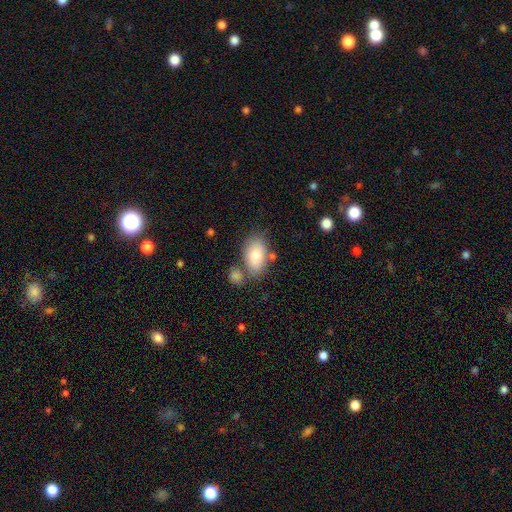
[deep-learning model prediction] This is clearly a smooth galaxy (80%). How rounded: clearly in between (92%). Merging: likely none (64%).